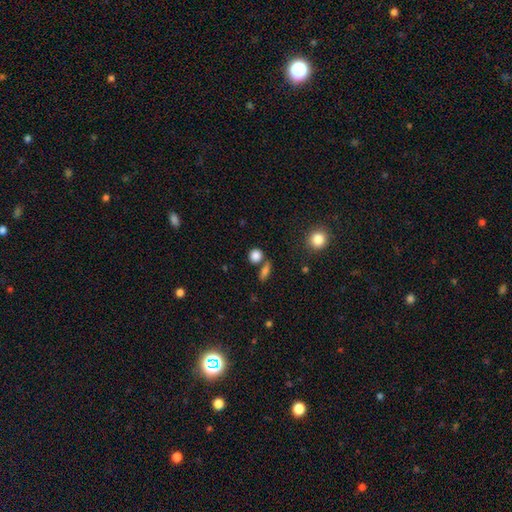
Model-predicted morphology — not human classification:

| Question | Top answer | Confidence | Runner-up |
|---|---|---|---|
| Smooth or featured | smooth | 84% | star or artifact (11%) |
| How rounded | round | 79% | in between (19%) |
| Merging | none | 66% | merger (19%) |